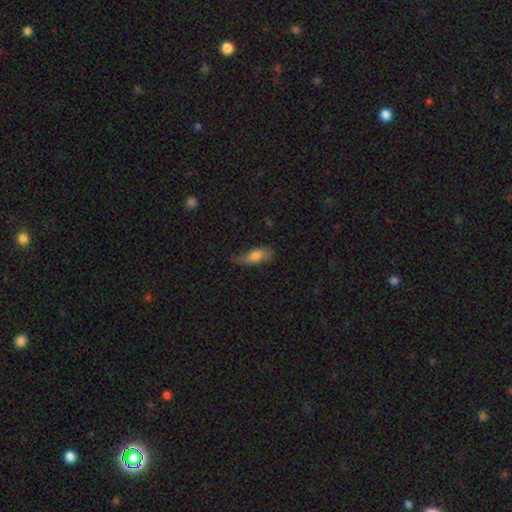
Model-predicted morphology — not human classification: Smooth or featured: smooth — 69% (featured or disk — 24%)
How rounded: in between — 65% (cigar-shaped — 32%)
Merging: none — 50% (minor disturbance — 34%)